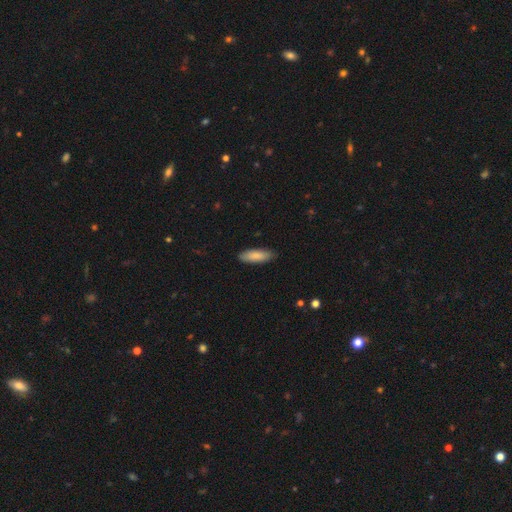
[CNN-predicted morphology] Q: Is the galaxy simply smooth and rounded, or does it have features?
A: smooth — 84%.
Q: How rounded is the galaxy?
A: in between — 53%.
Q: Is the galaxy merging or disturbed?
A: none — 86%.